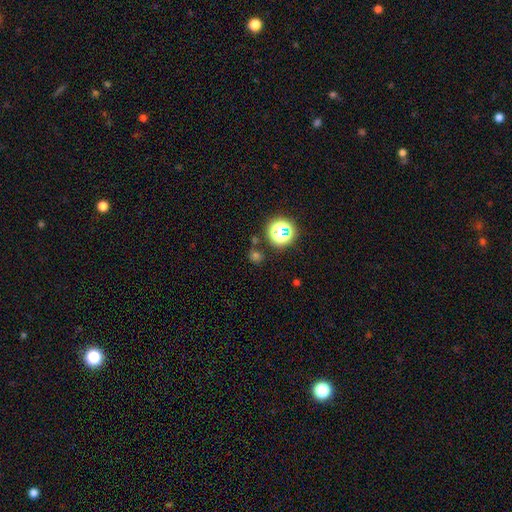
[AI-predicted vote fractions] smooth_or_featured: smooth (p=0.55) [alt: star or artifact p=0.39]
how_rounded: round (p=0.82) [alt: in between p=0.17]
merging: none (p=0.76) [alt: minor disturbance p=0.10]